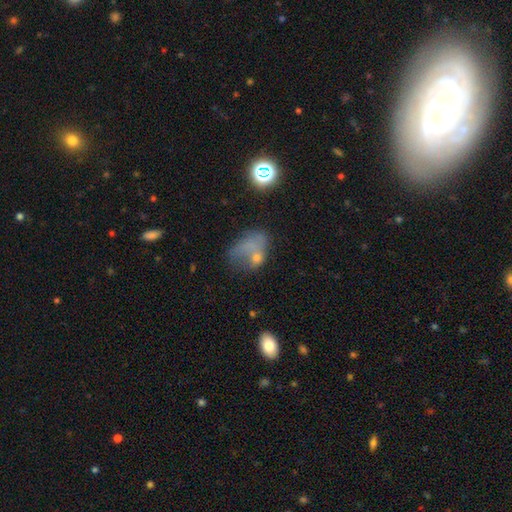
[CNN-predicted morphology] A smooth galaxy with no disk features (49%).

Vote fractions:
- Smooth or featured? smooth: 49% / featured or disk: 32% / star or artifact: 19%
- Merging? major disturbance: 34% / none: 29% / minor disturbance: 22% / merger: 16%